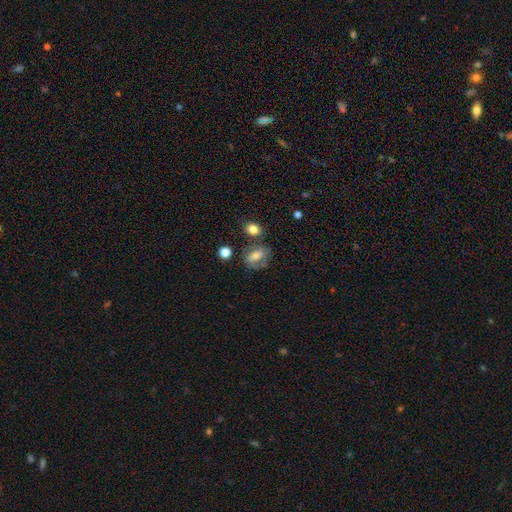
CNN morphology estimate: smooth-or-featured: smooth: 61% | featured or disk: 29% | star or artifact: 11%
  how-rounded: in between: 66% | round: 31% | cigar-shaped: 4%
  merging: none: 59% | minor disturbance: 21% | merger: 10% | major disturbance: 10%